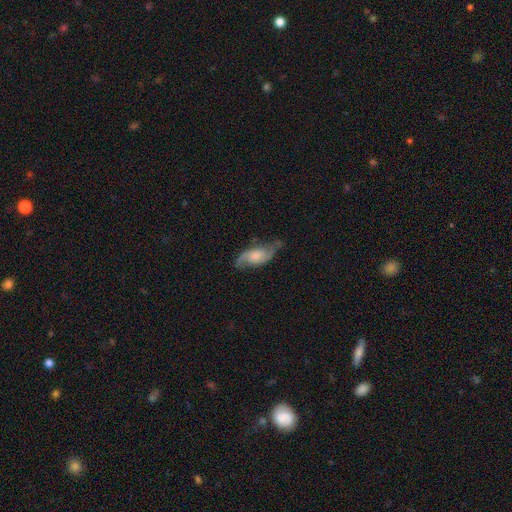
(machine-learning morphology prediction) A featured or disk galaxy (78%) with no bar (61%), 2 (91%) loose (53%) spiral arms (95%) and a small central bulge (37%). Merging: none (69%).